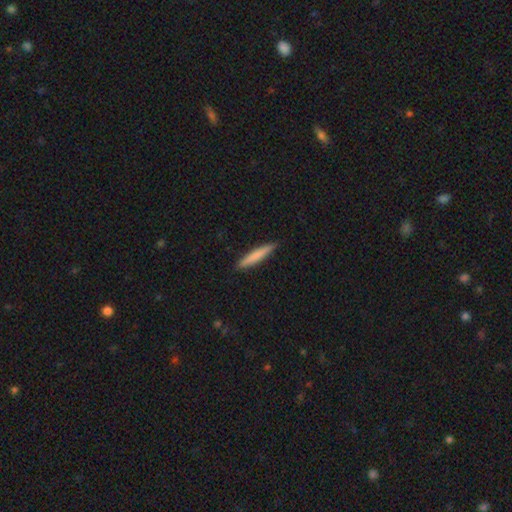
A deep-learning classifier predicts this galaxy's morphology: smooth_or_featured: smooth (p=0.75) [alt: featured or disk p=0.20]
how_rounded: cigar-shaped (p=0.94) [alt: in between p=0.05]
merging: none (p=0.91) [alt: minor disturbance p=0.07]